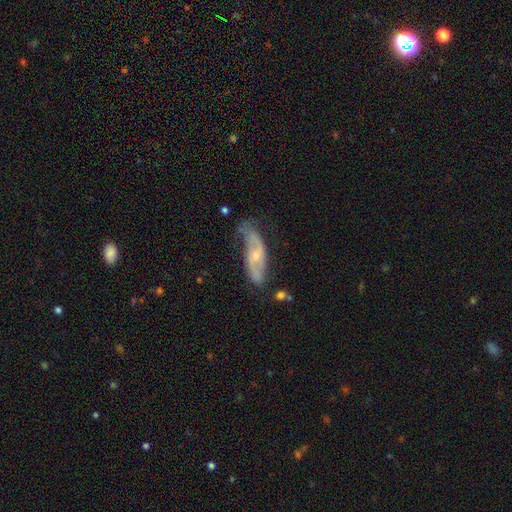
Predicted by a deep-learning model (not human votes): Smooth or featured? featured or disk (68%)
Edge-on disk? no (84%)
Bar? no (57%)
Spiral arms? yes (83%)
Bulge size? small (63%)
Merging? none (51%)